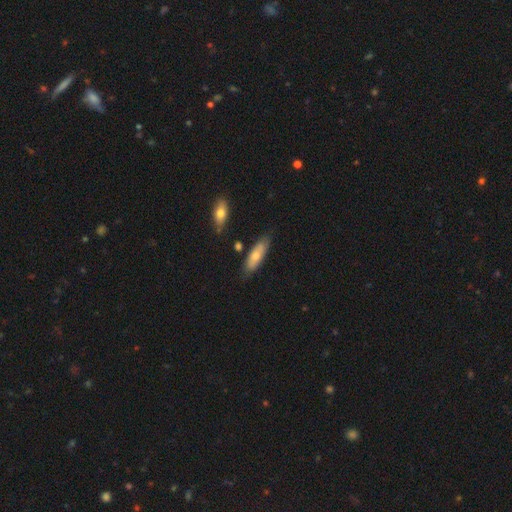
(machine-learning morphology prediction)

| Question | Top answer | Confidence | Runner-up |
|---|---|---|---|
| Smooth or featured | smooth | 66% | featured or disk (28%) |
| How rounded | in between | 55% | cigar-shaped (43%) |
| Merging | none | 78% | minor disturbance (16%) |